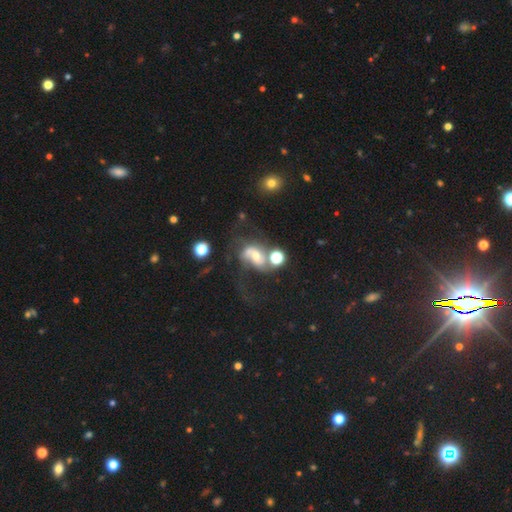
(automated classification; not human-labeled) smooth_or_featured: featured or disk (p=0.64) [alt: smooth p=0.23]
disk_edge_on: no (p=0.97) [alt: yes p=0.03]
bar: no (p=0.59) [alt: weak p=0.29]
has_spiral_arms: yes (p=0.79) [alt: no p=0.21]
bulge_size: moderate (p=0.51) [alt: small p=0.32]
merging: major disturbance (p=0.33) [alt: merger p=0.31]